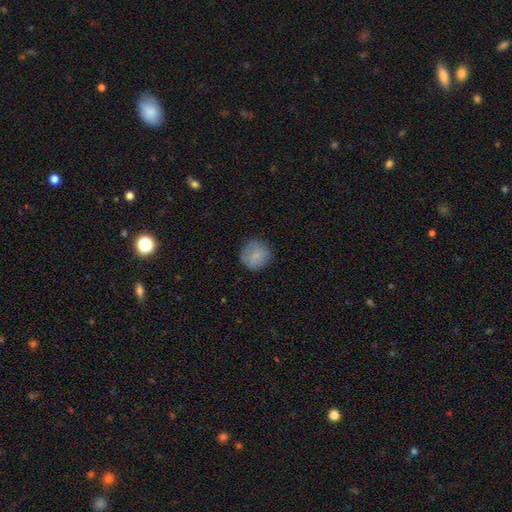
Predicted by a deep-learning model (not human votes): Overall: smooth (79%). How rounded: round (90%). Merging: none (79%).